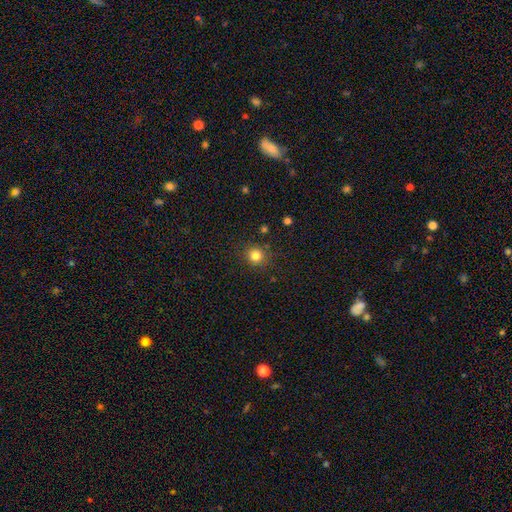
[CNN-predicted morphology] Smooth or featured? smooth (82%)
How rounded? round (92%)
Merging? none (87%)